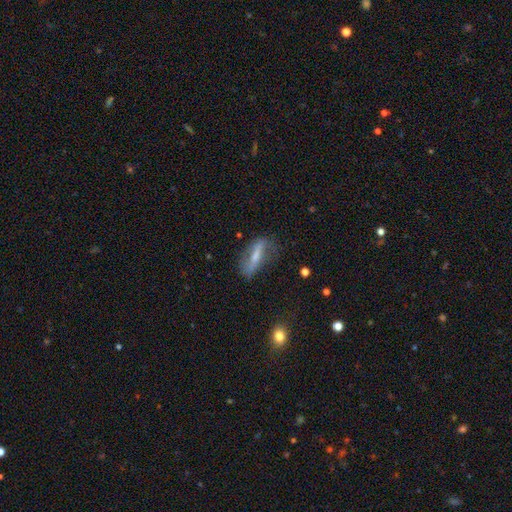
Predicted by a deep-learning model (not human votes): Morphology: type=featured or disk (50%); edge-on=no (67%); merging=none (60%).